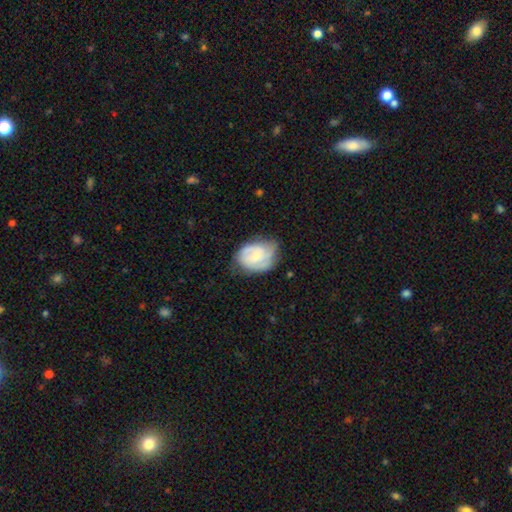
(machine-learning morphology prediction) Smooth or featured: featured or disk — 65% (smooth — 29%)
Edge-on disk: no — 98% (yes — 2%)
Bar: no — 55% (weak — 38%)
Spiral arms: yes — 88% (no — 12%)
Spiral winding: tight — 49% (medium — 39%)
Spiral arm count: 2 — 43% (can't tell — 28%)
Bulge size: small — 49% (moderate — 34%)
Merging: none — 56% (minor disturbance — 32%)